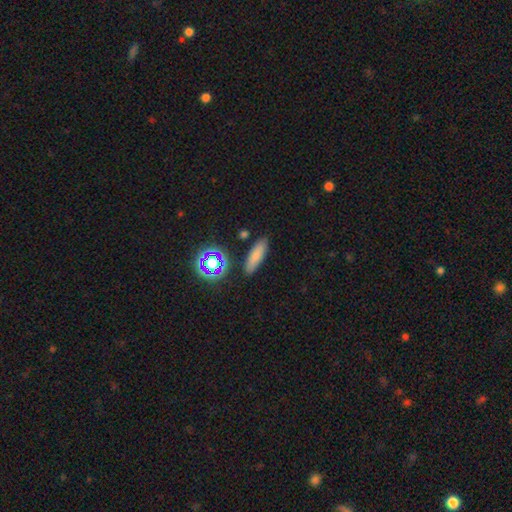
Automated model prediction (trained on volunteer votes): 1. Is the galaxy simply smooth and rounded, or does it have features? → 75% smooth, 14% star or artifact, 11% featured or disk.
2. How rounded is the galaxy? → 49% in between, 46% cigar-shaped, 5% round.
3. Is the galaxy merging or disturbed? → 85% none, 9% minor disturbance, 3% merger, 3% major disturbance.